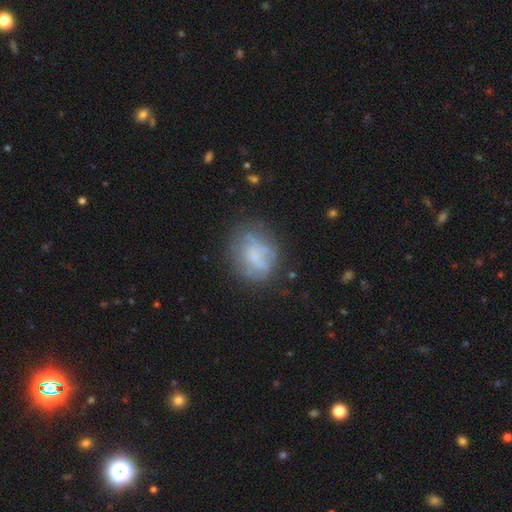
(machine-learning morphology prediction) smooth-or-featured: smooth: 48% | featured or disk: 41% | star or artifact: 11%
  merging: none: 56% | minor disturbance: 24% | major disturbance: 15% | merger: 5%